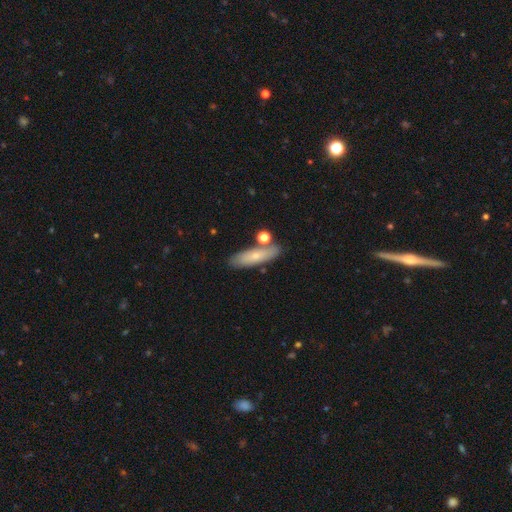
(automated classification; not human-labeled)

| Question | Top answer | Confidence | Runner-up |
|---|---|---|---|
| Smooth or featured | smooth | 69% | featured or disk (24%) |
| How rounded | cigar-shaped | 60% | in between (37%) |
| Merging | none | 75% | minor disturbance (13%) |